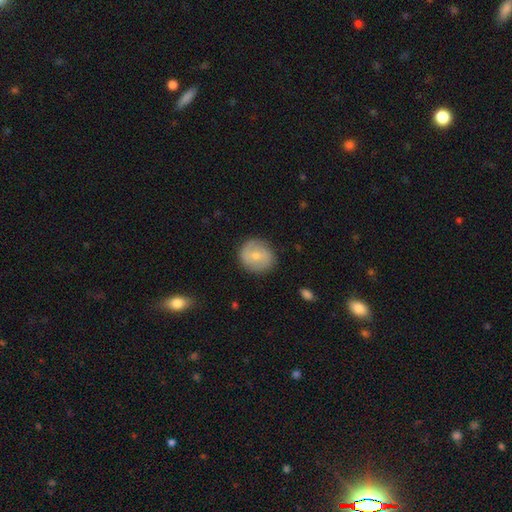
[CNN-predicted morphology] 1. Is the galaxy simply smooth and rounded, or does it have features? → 58% smooth, 35% featured or disk, 7% star or artifact.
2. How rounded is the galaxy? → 83% round, 16% in between, 1% cigar-shaped.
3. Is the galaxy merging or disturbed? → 81% none, 14% minor disturbance, 4% major disturbance, 1% merger.